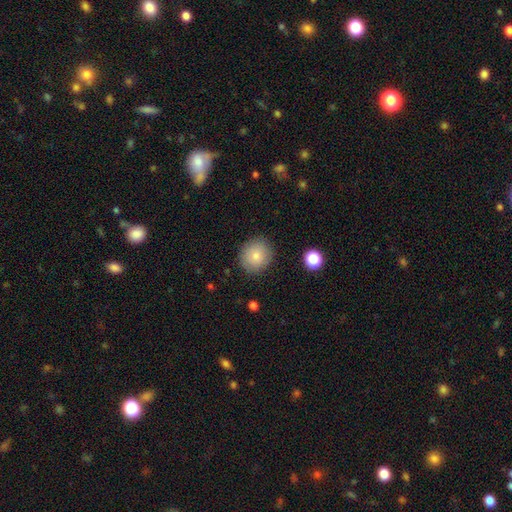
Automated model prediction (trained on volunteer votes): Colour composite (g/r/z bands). It shows a smooth galaxy with no disk features (82%) that is round (84%). Merging: none (86%).